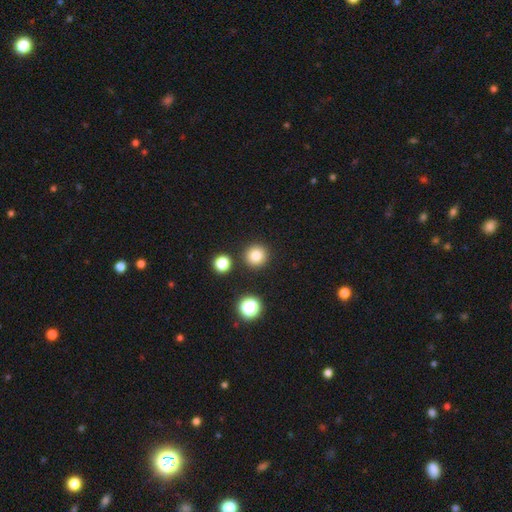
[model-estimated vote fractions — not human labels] Q: Smooth or featured?
A: smooth (82%); runner-up: star or artifact (13%)
Q: How rounded?
A: round (95%); runner-up: in between (4%)
Q: Merging?
A: none (88%); runner-up: minor disturbance (6%)